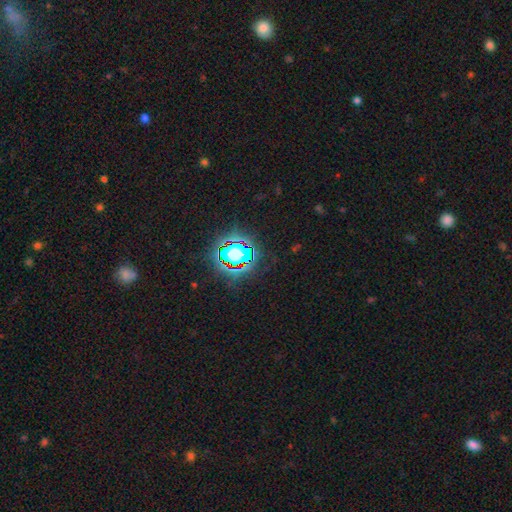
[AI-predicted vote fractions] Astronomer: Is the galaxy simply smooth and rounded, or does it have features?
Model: star or artifact — 82%.